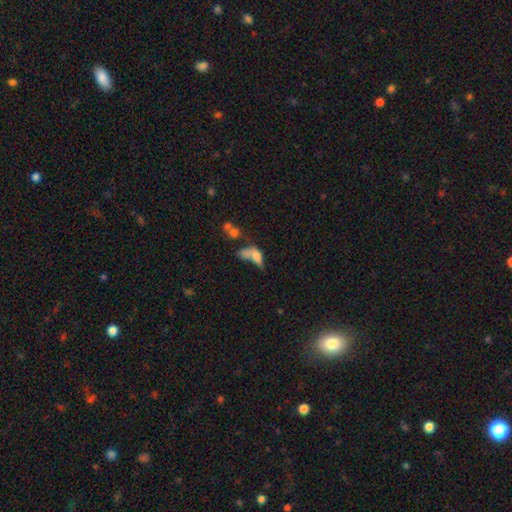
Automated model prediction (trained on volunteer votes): smooth-or-featured: smooth: 58% | featured or disk: 29% | star or artifact: 13%
  how-rounded: in between: 72% | cigar-shaped: 20% | round: 9%
  merging: merger: 43% | none: 22% | major disturbance: 22% | minor disturbance: 14%